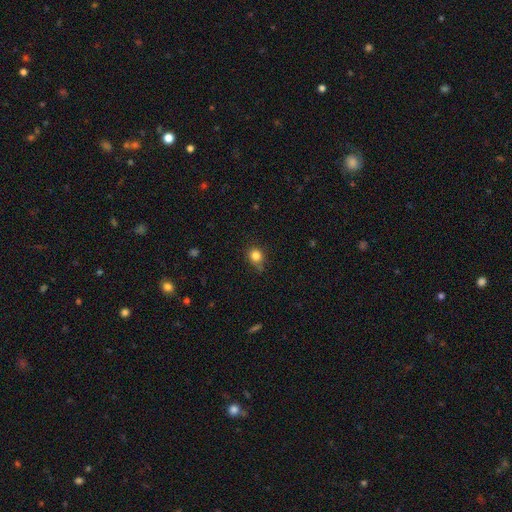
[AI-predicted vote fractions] A smooth galaxy with no disk features (83%) that is round (78%).

Vote fractions:
- Smooth or featured? smooth: 83% / star or artifact: 12% / featured or disk: 5%
- How rounded? round: 78% / in between: 21% / cigar-shaped: 1%
- Merging? none: 75% / minor disturbance: 18% / major disturbance: 4% / merger: 3%